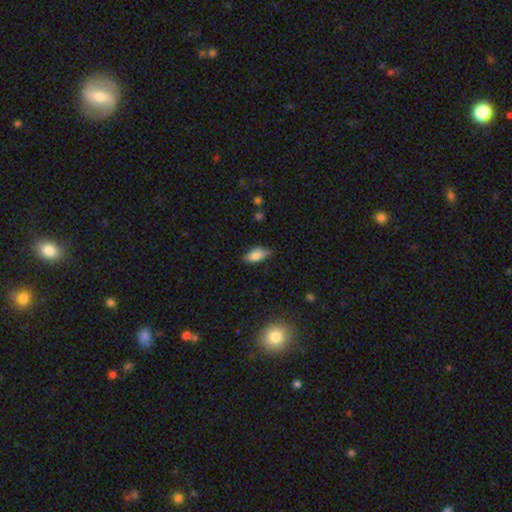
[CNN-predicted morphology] The model was most divided on "merging": none: 68%, minor disturbance: 26%, major disturbance: 4%, merger: 2%. More confident: how rounded — in between (87%); smooth or featured — smooth (80%).